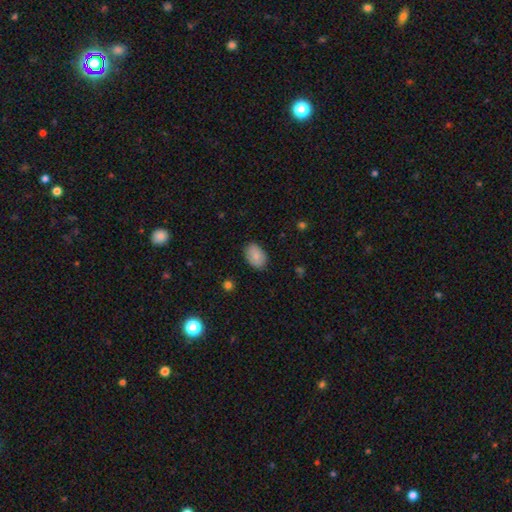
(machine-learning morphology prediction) smooth-or-featured: smooth: 83% | featured or disk: 10% | star or artifact: 7%
  how-rounded: in between: 84% | round: 15% | cigar-shaped: 1%
  merging: none: 84% | minor disturbance: 12% | major disturbance: 3% | merger: 1%